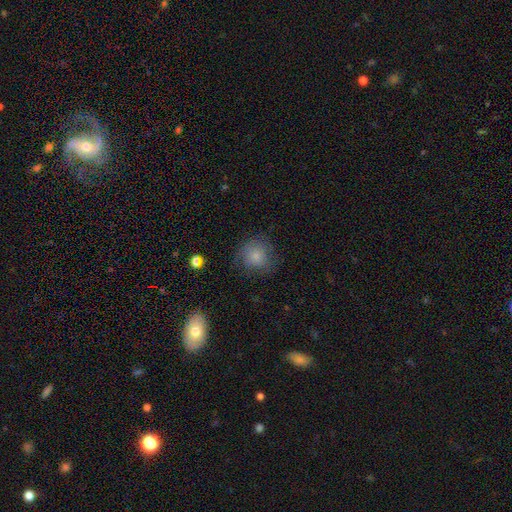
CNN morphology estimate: This appears to be a smooth galaxy with no disk features (76%) that is round (86%). Merging: none (64%).